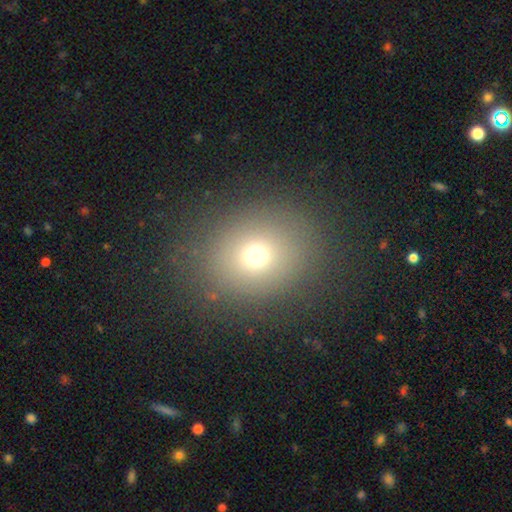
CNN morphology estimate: smooth_or_featured: smooth (p=0.70) [alt: star or artifact p=0.18]
how_rounded: round (p=0.66) [alt: in between p=0.33]
merging: none (p=0.84) [alt: minor disturbance p=0.09]